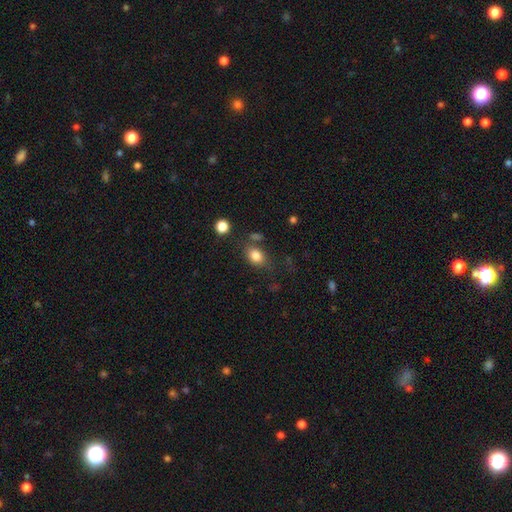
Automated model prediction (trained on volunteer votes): Morphology: type=smooth (83%); roundness=in between (71%); merging=none (69%).